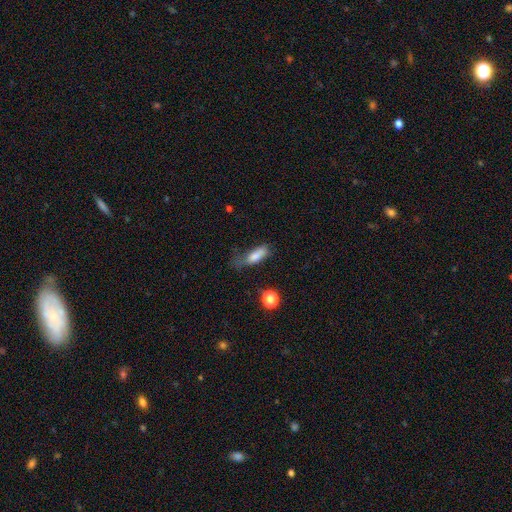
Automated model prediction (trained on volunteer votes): Morphology: type=smooth (77%); roundness=in between (59%); merging=minor disturbance (34%).